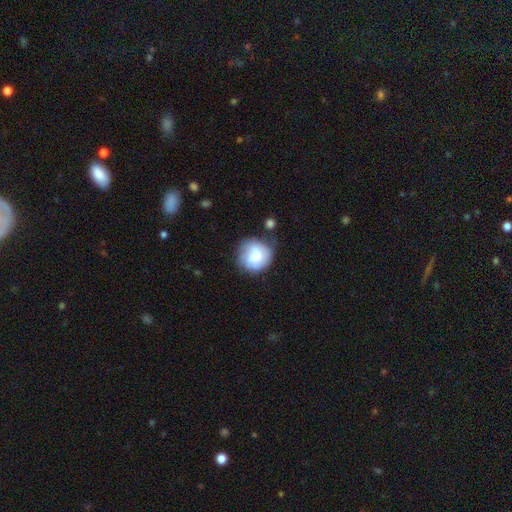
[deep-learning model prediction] smooth_or_featured: smooth (p=0.68) [alt: featured or disk p=0.25]
how_rounded: round (p=0.85) [alt: in between p=0.15]
merging: none (p=0.56) [alt: minor disturbance p=0.27]